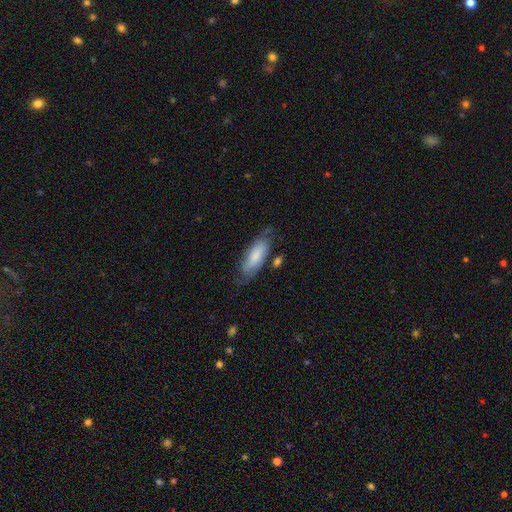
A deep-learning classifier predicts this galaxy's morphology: Overall: smooth (71%). How rounded: in between (72%). Merging: none (61%; minor disturbance 26%).